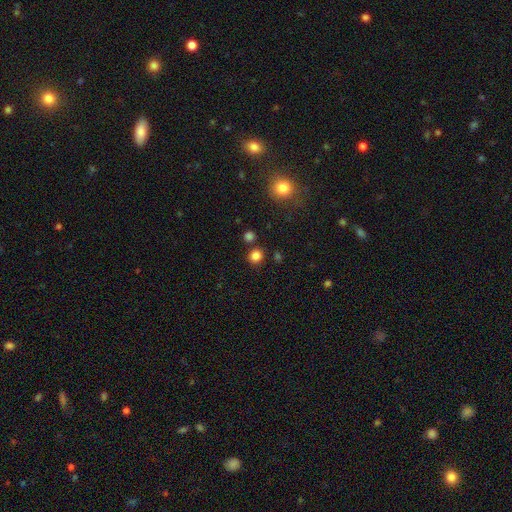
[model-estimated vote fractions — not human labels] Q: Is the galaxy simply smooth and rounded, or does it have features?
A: smooth — 83%.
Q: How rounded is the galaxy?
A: round — 83%.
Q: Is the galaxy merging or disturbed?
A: none — 82%.